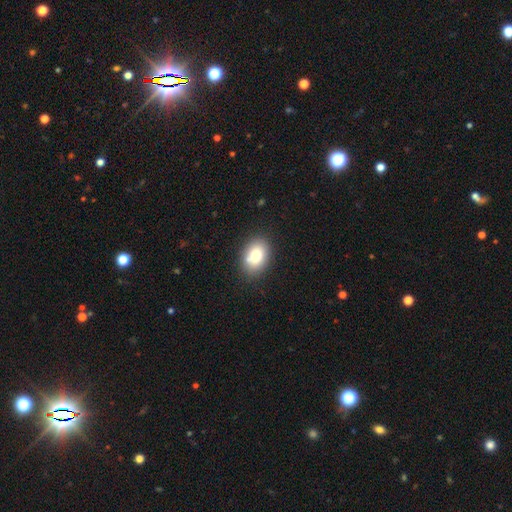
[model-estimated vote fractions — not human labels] Smooth or featured?
  - smooth: 78% *
  - featured or disk: 13%
  - star or artifact: 9%
How rounded?
  - in between: 73% *
  - round: 26%
  - cigar-shaped: 1%
Merging?
  - none: 79% *
  - minor disturbance: 12%
  - merger: 6%
  - major disturbance: 3%